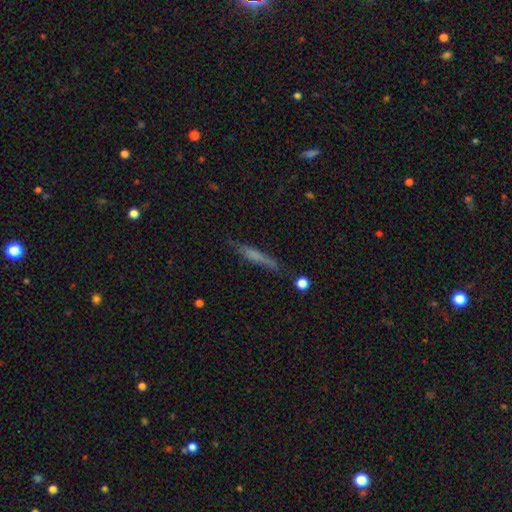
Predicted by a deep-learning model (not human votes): Smooth or featured? Predicted: smooth (p=0.54). How rounded? Predicted: cigar-shaped (p=0.92). Merging? Predicted: none (p=0.71).